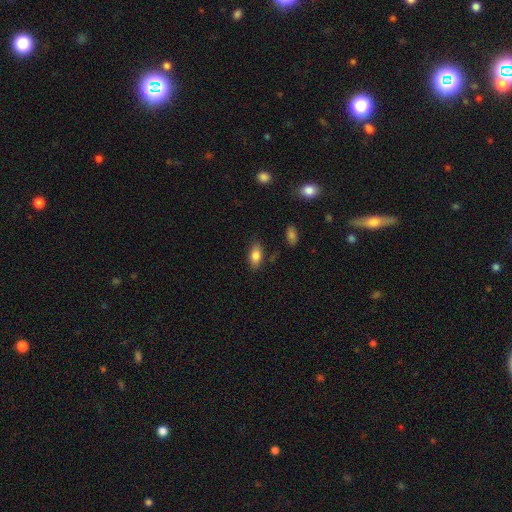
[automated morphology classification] Q: Smooth or featured?
A: smooth (82%); runner-up: featured or disk (10%)
Q: How rounded?
A: in between (89%); runner-up: cigar-shaped (6%)
Q: Merging?
A: none (81%); runner-up: minor disturbance (13%)